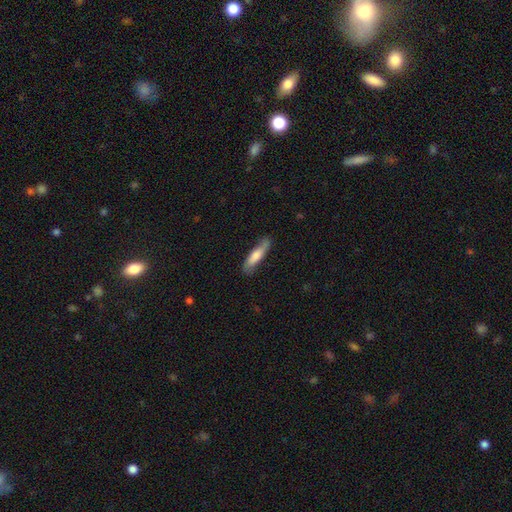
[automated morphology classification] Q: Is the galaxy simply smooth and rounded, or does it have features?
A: smooth — 68%.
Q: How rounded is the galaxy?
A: cigar-shaped — 76%.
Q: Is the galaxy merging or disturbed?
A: none — 78%.